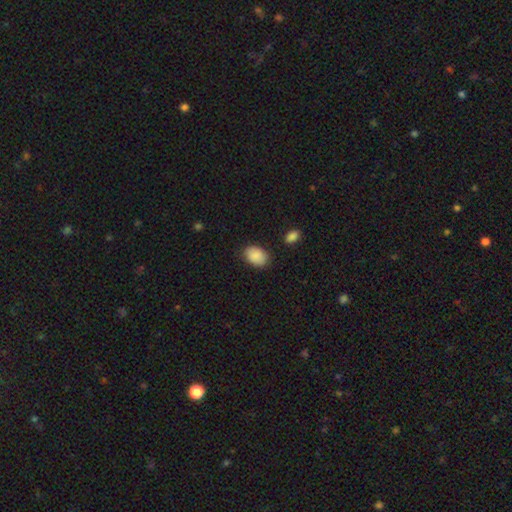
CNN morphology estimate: The model was most divided on "how rounded": in between: 81%, round: 18%, cigar-shaped: 1%. More confident: smooth or featured — smooth (90%); merging — none (83%).